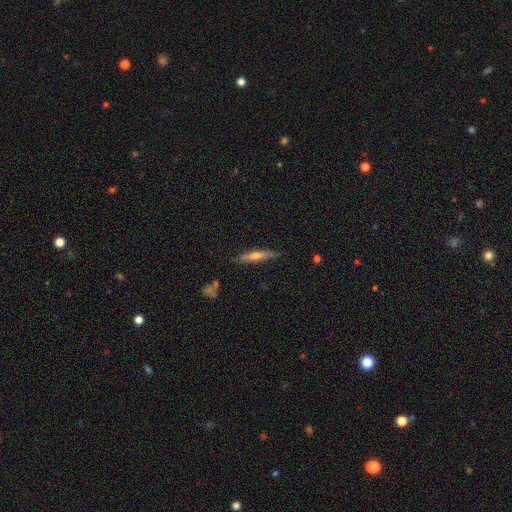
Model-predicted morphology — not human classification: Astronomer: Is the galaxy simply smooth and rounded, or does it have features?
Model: featured or disk — 58% (runner-up: smooth, 35%).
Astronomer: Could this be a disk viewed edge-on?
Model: yes — 95%.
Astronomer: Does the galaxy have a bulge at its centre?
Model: rounded — 82%.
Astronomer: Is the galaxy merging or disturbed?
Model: none — 86%.